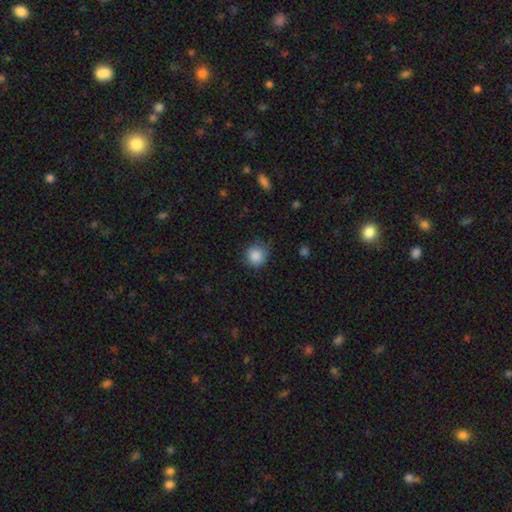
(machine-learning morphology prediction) The model was most divided on "merging": none: 81%, minor disturbance: 14%, major disturbance: 3%, merger: 1%. More confident: how rounded — round (90%); smooth or featured — smooth (87%).